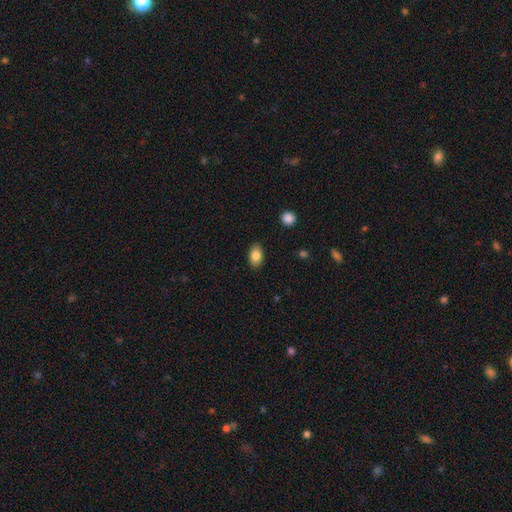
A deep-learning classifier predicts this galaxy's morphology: A smooth galaxy with no disk features (85%) that is in between round and cigar-shaped (87%). Merging: none (88%).